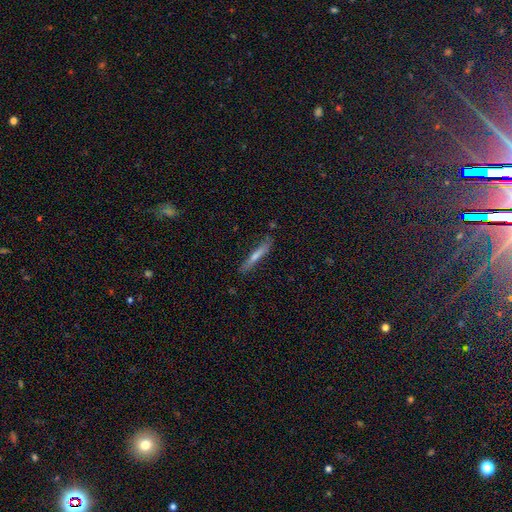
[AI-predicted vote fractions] Smooth or featured? smooth (49%)
Merging? none (83%)